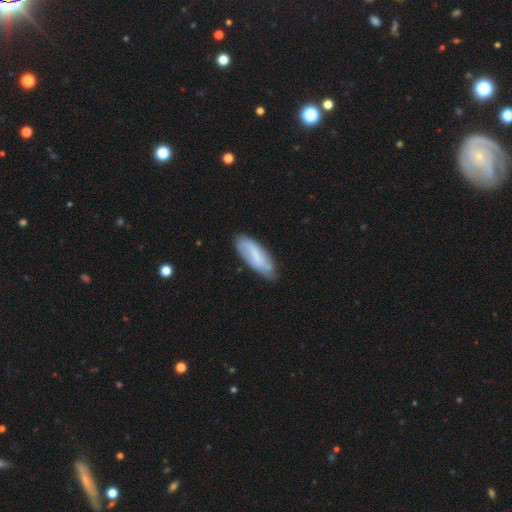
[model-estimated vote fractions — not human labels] This is possibly a smooth galaxy (60%). How rounded: likely in between (64%). Merging: likely none (67%).